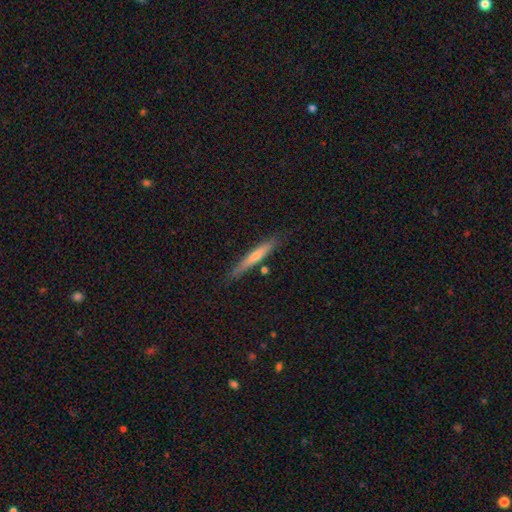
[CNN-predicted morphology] This appears to be a featured or disk galaxy (56%) viewed edge-on (96%) with a rounded central bulge (59%). Merging: none (88%).